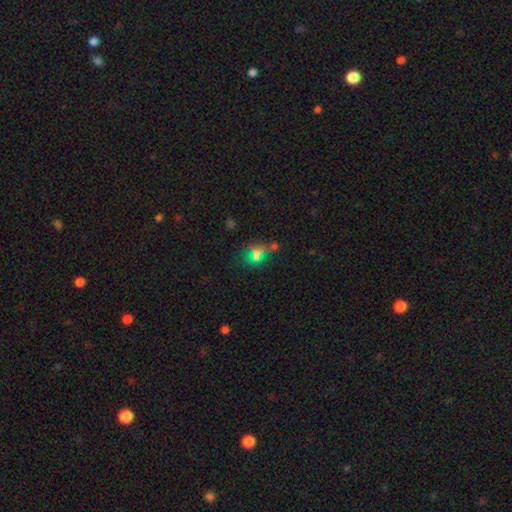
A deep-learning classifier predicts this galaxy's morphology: smooth-or-featured: smooth: 48% | star or artifact: 40% | featured or disk: 11%
  merging: none: 67% | minor disturbance: 14% | merger: 10% | major disturbance: 9%